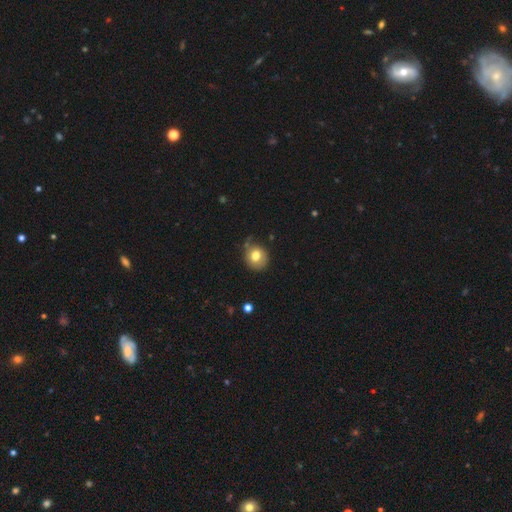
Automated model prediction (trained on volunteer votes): Morphology: type=smooth (76%); roundness=round (77%); merging=none (69%).